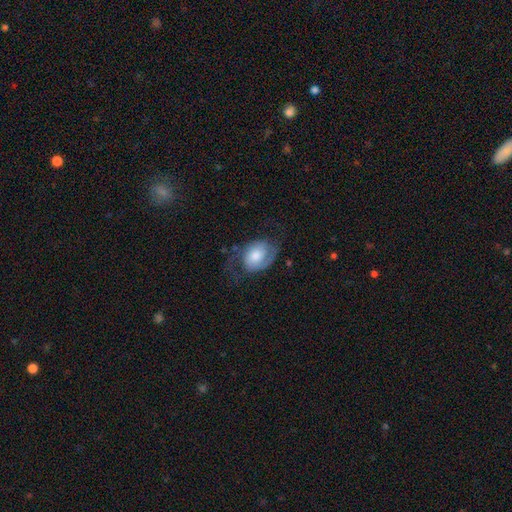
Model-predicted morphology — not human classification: A featured or disk galaxy (65%) with no bar (69%), 2 (72%) medium (42%) spiral arms (89%) and a moderate central bulge (47%). Merging: none (50%).